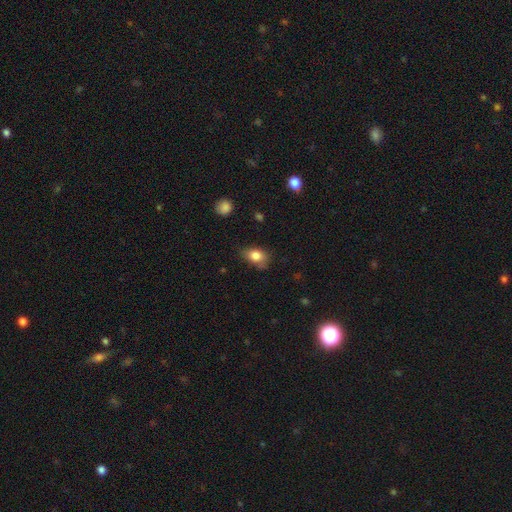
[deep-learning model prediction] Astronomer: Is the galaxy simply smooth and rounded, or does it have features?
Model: smooth — 81%.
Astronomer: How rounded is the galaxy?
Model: in between — 76%.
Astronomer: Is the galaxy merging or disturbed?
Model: none — 56% (runner-up: minor disturbance, 32%).